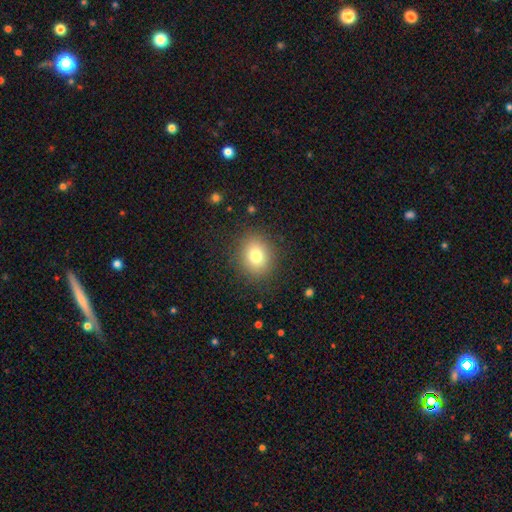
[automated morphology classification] A smooth galaxy with no disk features (77%) that is round (70%).

Vote fractions:
- Smooth or featured? smooth: 77% / star or artifact: 12% / featured or disk: 11%
- How rounded? round: 70% / in between: 30% / cigar-shaped: 1%
- Merging? none: 86% / minor disturbance: 9% / major disturbance: 4% / merger: 1%